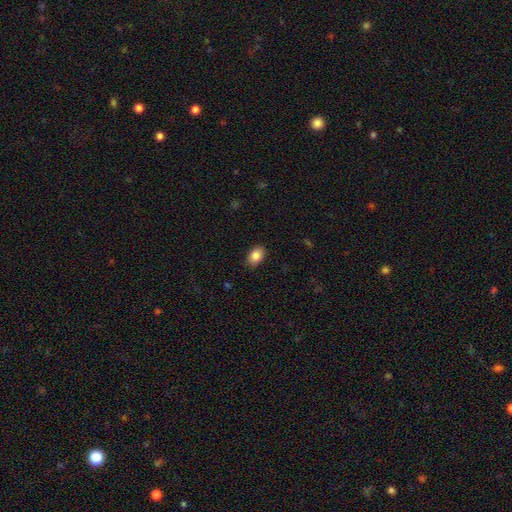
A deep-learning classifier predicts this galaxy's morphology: A smooth galaxy with no disk features (86%) that is in between round and cigar-shaped (85%).

Vote fractions:
- Smooth or featured? smooth: 86% / star or artifact: 8% / featured or disk: 6%
- How rounded? in between: 85% / round: 14% / cigar-shaped: 1%
- Merging? none: 87% / minor disturbance: 9% / major disturbance: 2% / merger: 1%